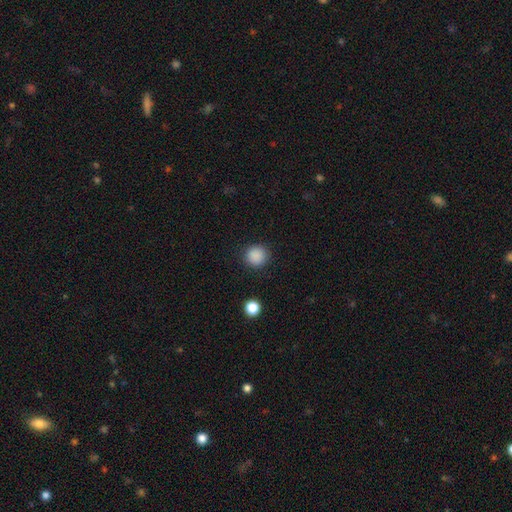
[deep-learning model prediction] Smooth or featured? smooth (88%)
How rounded? round (92%)
Merging? none (90%)